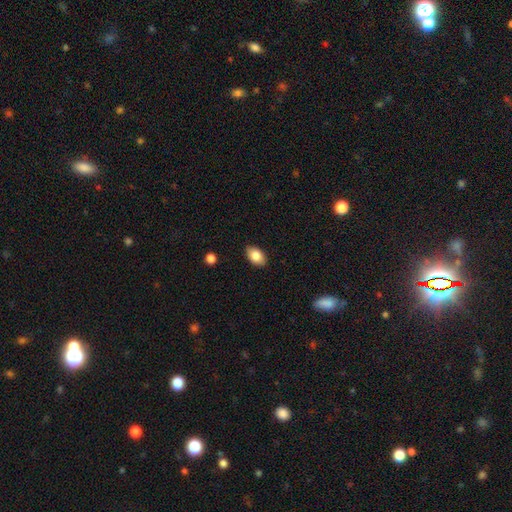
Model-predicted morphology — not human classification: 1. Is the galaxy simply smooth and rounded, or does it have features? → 85% smooth, 8% featured or disk, 7% star or artifact.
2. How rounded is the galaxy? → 90% in between, 8% round, 1% cigar-shaped.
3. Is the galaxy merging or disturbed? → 88% none, 9% minor disturbance, 2% major disturbance, 1% merger.